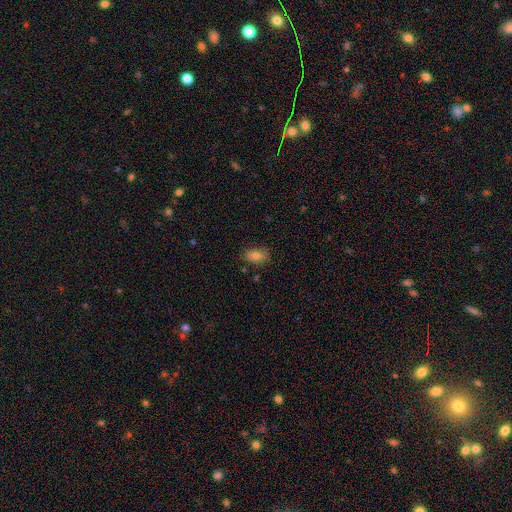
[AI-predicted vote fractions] Smooth or featured? smooth (79%)
How rounded? in between (84%)
Merging? none (82%)